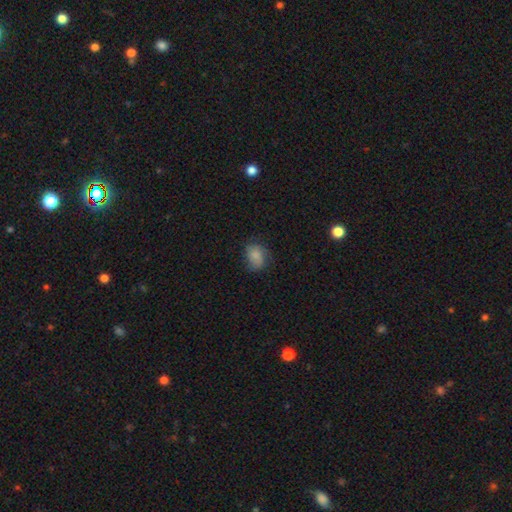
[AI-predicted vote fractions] Smooth or featured: smooth — 80% (featured or disk — 11%)
How rounded: in between — 61% (round — 38%)
Merging: none — 63% (minor disturbance — 26%)